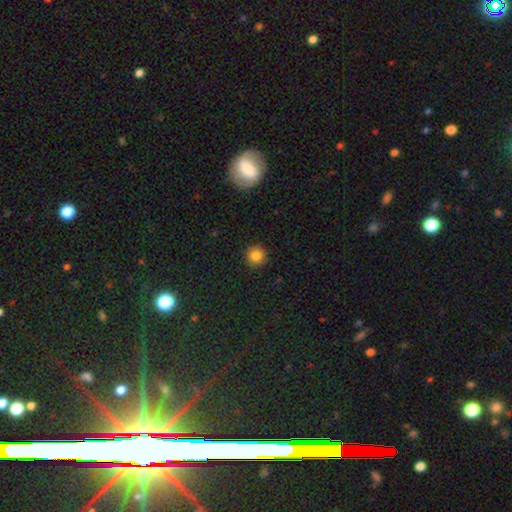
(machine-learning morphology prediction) A smooth galaxy with no disk features (84%) that is round (95%). Merging: none (91%).